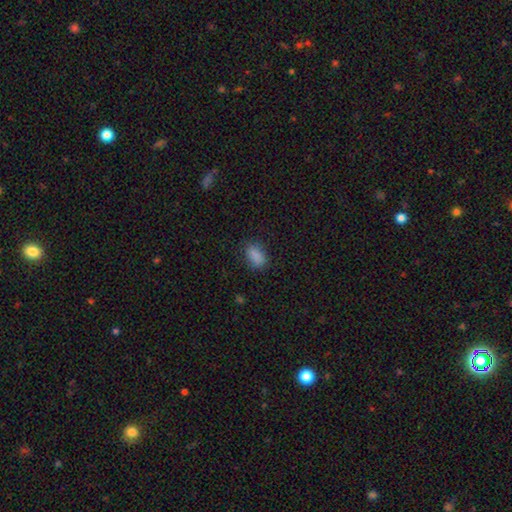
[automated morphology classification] Smooth or featured: smooth — 86% (star or artifact — 10%)
How rounded: in between — 88% (round — 9%)
Merging: none — 79% (minor disturbance — 15%)